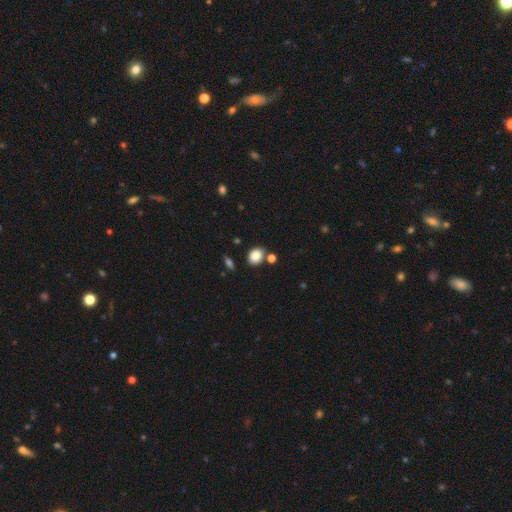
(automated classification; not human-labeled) Q: Smooth or featured?
A: smooth (83%); runner-up: star or artifact (10%)
Q: How rounded?
A: in between (50%); runner-up: round (49%)
Q: Merging?
A: none (78%); runner-up: minor disturbance (10%)